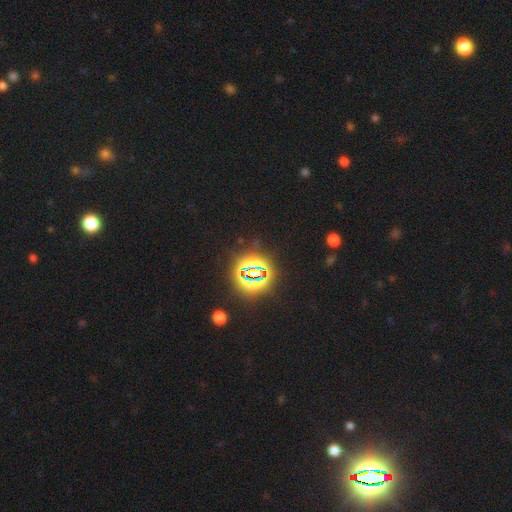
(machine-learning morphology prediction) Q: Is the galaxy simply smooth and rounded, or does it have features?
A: star or artifact — 81%.